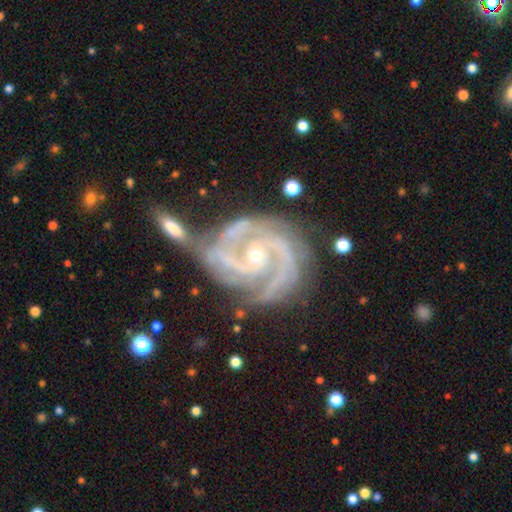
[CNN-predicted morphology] smooth-or-featured: featured or disk: 92% | star or artifact: 5% | smooth: 3%
  disk-edge-on: no: 98% | yes: 2%
    bar: no: 65% | weak: 25% | strong: 11%
    has-spiral-arms: yes: 98% | no: 2%
      spiral-winding: tight: 57% | medium: 37% | loose: 6%
      spiral-arm-count: 2: 44% | 3: 30% | can't tell: 9% | 4: 7% | more than 4: 5% | 1: 5%
    bulge-size: small: 73% | moderate: 23% | large: 1% | none: 1% | dominant: 1%
  merging: none: 40% | merger: 26% | minor disturbance: 20% | major disturbance: 13%